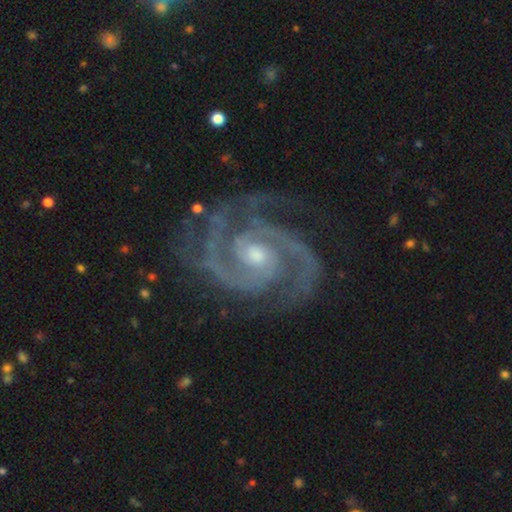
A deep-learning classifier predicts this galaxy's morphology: The model was most divided on "spiral winding": tight: 55%, medium: 40%, loose: 5%. More confident: spiral arms — yes (99%); edge-on disk — no (98%); smooth or featured — featured or disk (94%); merging — none (75%); bar — no (64%); spiral arm count — 2 (63%); bulge size — moderate (58%).